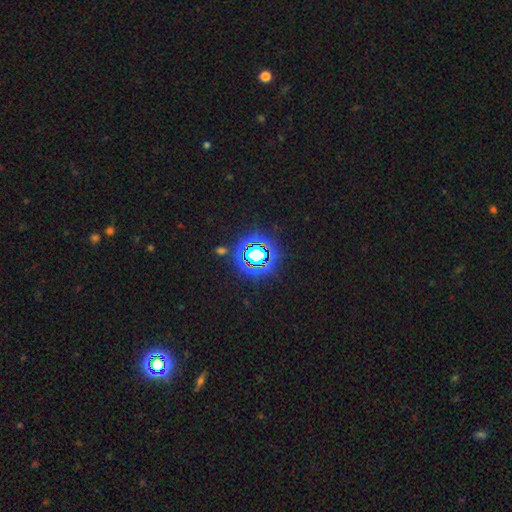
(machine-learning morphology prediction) The model was most divided on "smooth or featured": star or artifact: 69%, smooth: 18%, featured or disk: 12%.